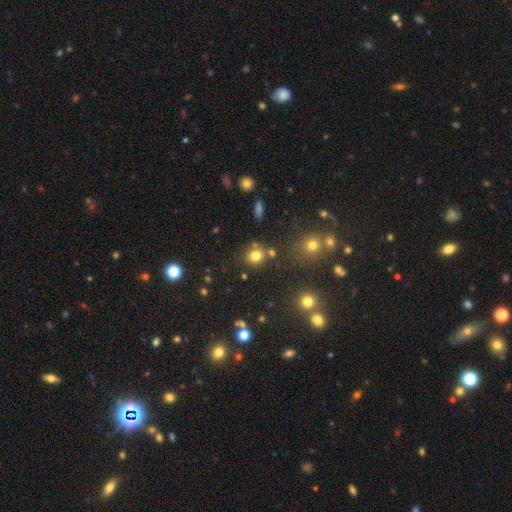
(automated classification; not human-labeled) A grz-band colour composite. It shows a smooth galaxy with no disk features (77%) that is round (83%). Merging: none (77%).